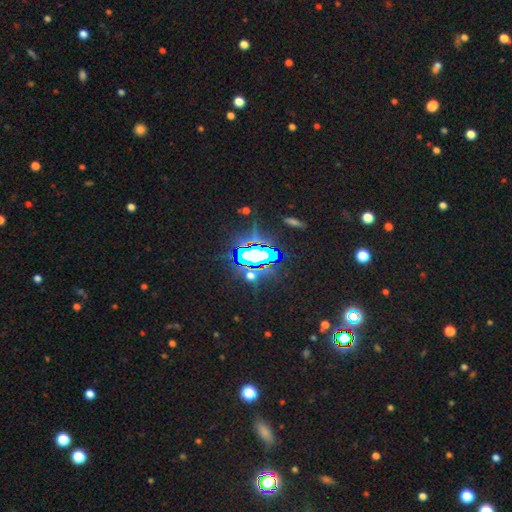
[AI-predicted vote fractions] Q: Smooth or featured?
A: star or artifact (70%); runner-up: smooth (15%)